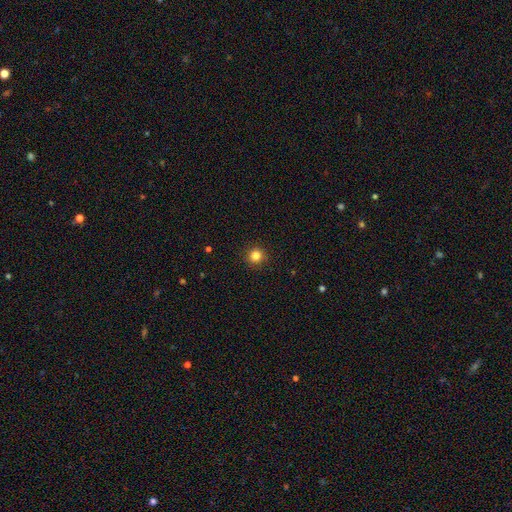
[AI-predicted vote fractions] Smooth or featured? Predicted: smooth (p=0.83). How rounded? Predicted: round (p=0.94). Merging? Predicted: none (p=0.92).